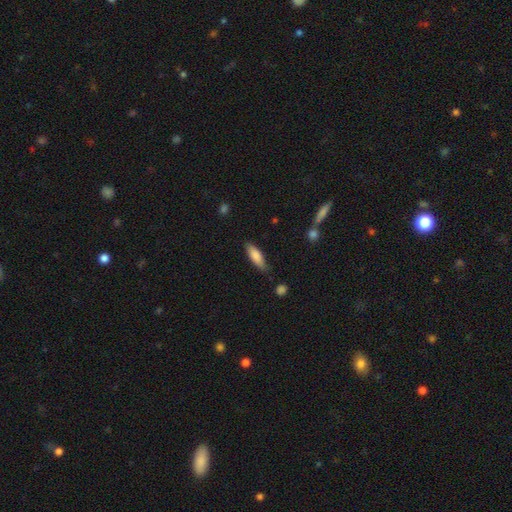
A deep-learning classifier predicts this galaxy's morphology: Overall: smooth (81%). How rounded: in between (50%; cigar-shaped 48%). Merging: none (79%).